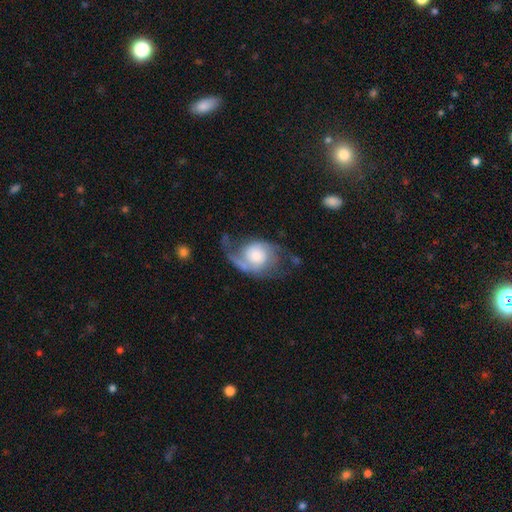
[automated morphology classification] featured or disk 76%, smooth 18%, star or artifact 6%. Down the decision tree: edge-on disk — no (97%); bar — no (71%); spiral arms — yes (93%); spiral arm count — 2 (80%); spiral winding — loose (48%); bulge size — large (33%, tied with moderate); merging — none (46%).